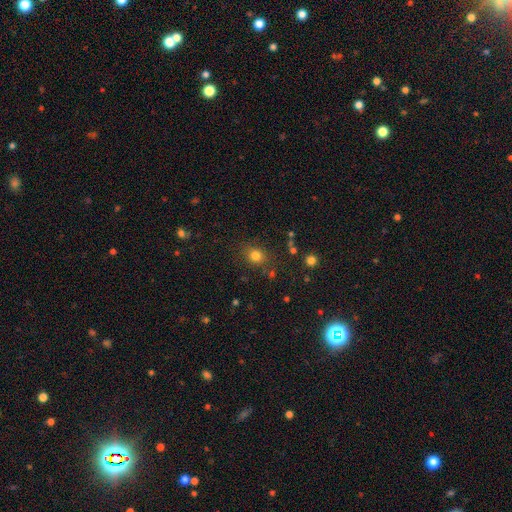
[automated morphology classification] Overall: smooth (79%). How rounded: round (74%). Merging: none (81%).